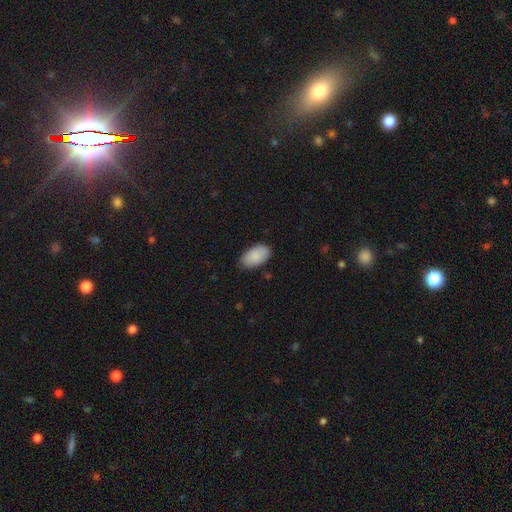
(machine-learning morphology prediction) A smooth galaxy with no disk features (89%) that is in between round and cigar-shaped (95%).

Vote fractions:
- Smooth or featured? smooth: 89% / star or artifact: 6% / featured or disk: 5%
- How rounded? in between: 95% / round: 3% / cigar-shaped: 2%
- Merging? none: 82% / minor disturbance: 15% / major disturbance: 2% / merger: 1%